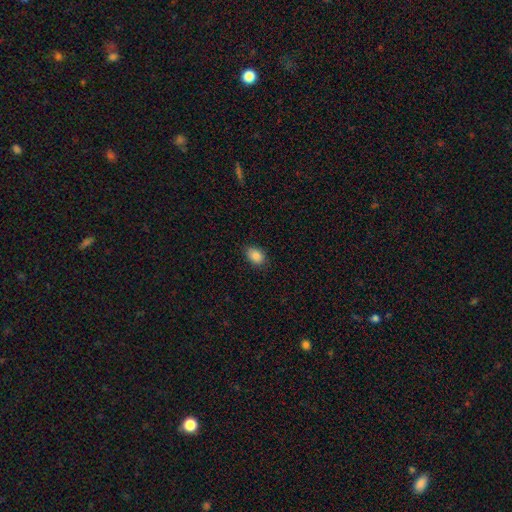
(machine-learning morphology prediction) smooth 86%, star or artifact 8%, featured or disk 5%. Down the decision tree: how rounded — in between (79%); merging — none (84%).